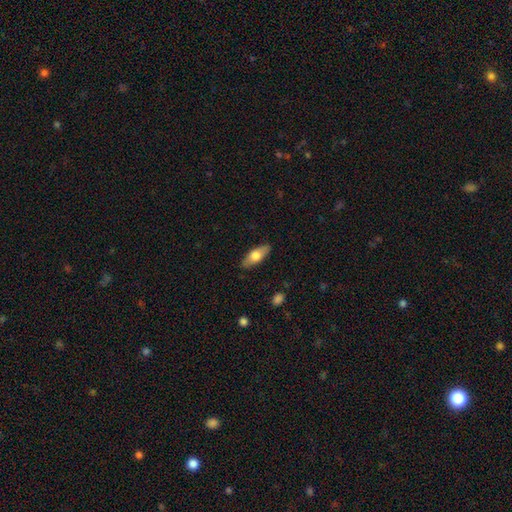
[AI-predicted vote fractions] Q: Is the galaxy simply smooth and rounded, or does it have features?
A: smooth — 65%.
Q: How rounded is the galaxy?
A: in between — 75%.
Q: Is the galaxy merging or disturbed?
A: none — 87%.